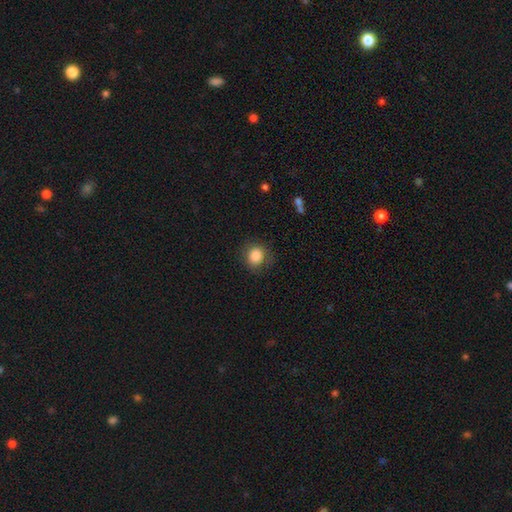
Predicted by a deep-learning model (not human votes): The model was most divided on "how rounded": round: 81%, in between: 19%, cigar-shaped: 1%. More confident: smooth or featured — smooth (84%); merging — none (80%).